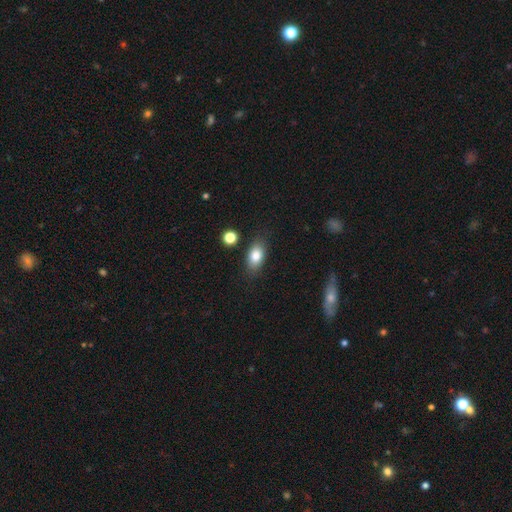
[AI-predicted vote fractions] This is clearly a smooth galaxy (82%). How rounded: clearly in between (87%). Merging: clearly none (81%).